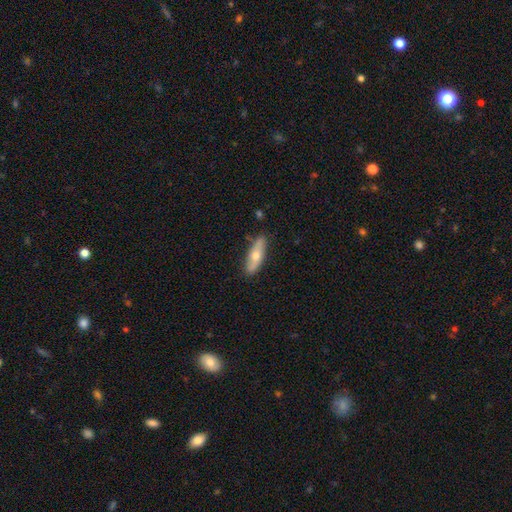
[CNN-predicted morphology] This is possibly a smooth galaxy (55%). How rounded: possibly cigar-shaped (53%). Merging: clearly none (84%).